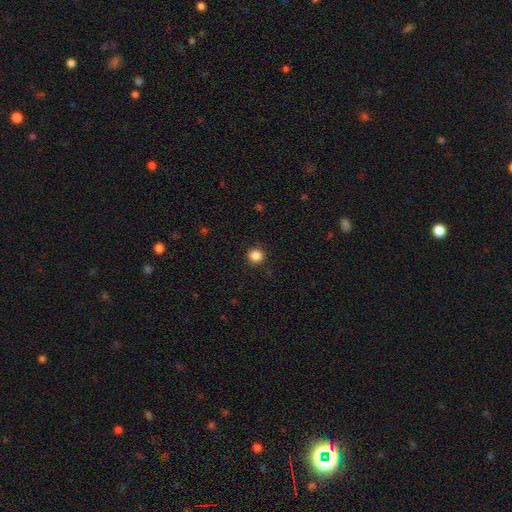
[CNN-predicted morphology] The model was most divided on "smooth or featured": smooth: 86%, star or artifact: 11%, featured or disk: 3%. More confident: how rounded — round (91%); merging — none (91%).